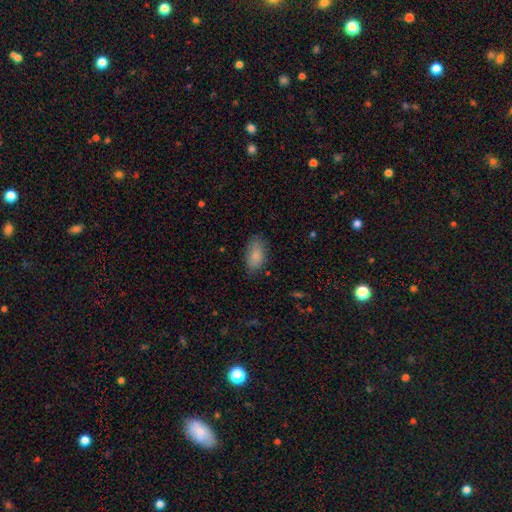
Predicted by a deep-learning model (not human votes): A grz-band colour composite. It shows a smooth galaxy with no disk features (85%) that is in between round and cigar-shaped (92%). Merging: none (79%).